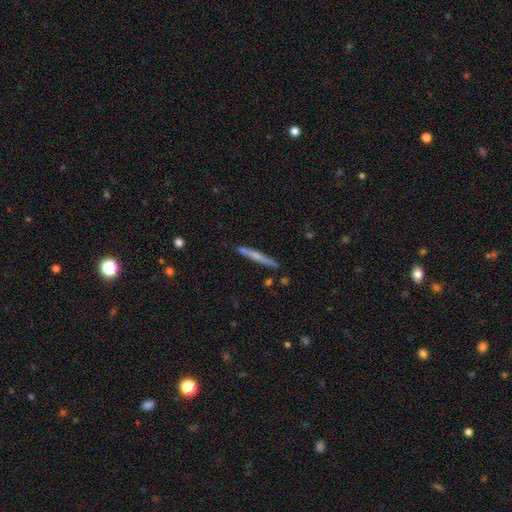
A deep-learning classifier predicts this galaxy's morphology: smooth-or-featured: smooth: 50% | featured or disk: 44% | star or artifact: 6%
  how-rounded: cigar-shaped: 96% | in between: 2% | round: 1%
  merging: none: 85% | minor disturbance: 10% | merger: 3% | major disturbance: 2%